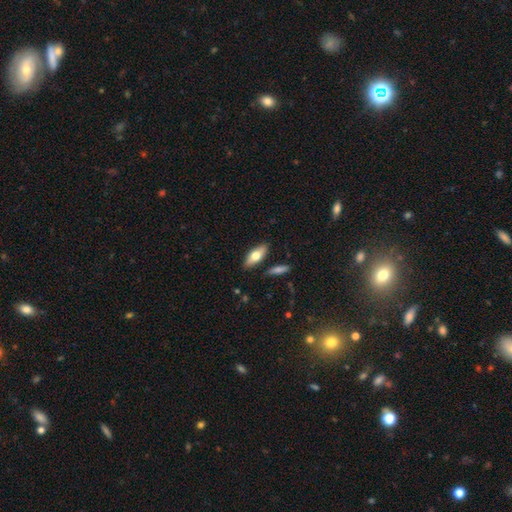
This is possibly a smooth galaxy (55%). How rounded: clearly in between (81%). Merging: clearly none (92%).